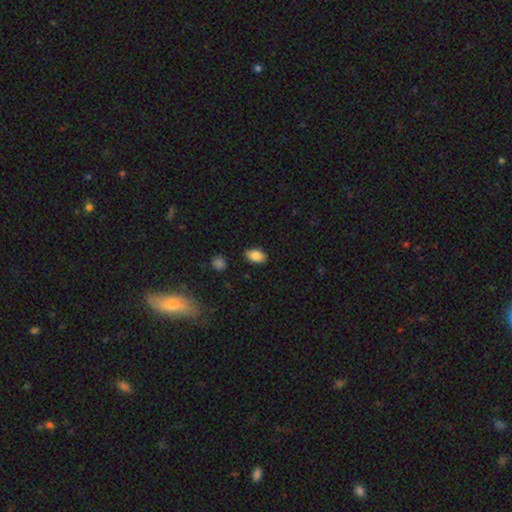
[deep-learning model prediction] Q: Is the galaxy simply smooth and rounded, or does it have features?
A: smooth — 86%.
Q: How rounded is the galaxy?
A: in between — 91%.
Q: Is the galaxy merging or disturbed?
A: none — 86%.